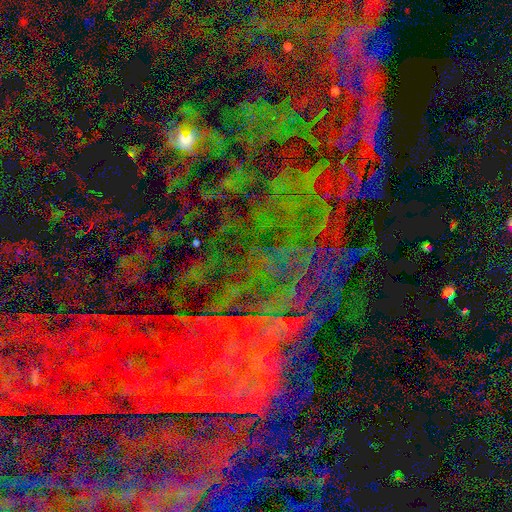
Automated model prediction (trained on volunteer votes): Smooth or featured?
  - star or artifact: 80% *
  - featured or disk: 11%
  - smooth: 9%